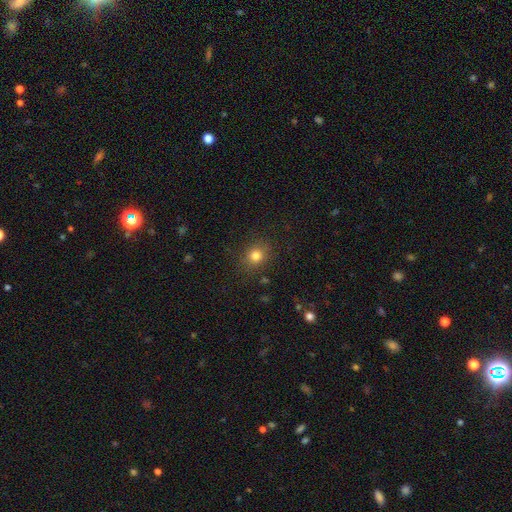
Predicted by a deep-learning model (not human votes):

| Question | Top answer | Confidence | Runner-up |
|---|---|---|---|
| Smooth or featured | smooth | 80% | star or artifact (13%) |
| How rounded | round | 75% | in between (24%) |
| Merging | none | 86% | minor disturbance (10%) |